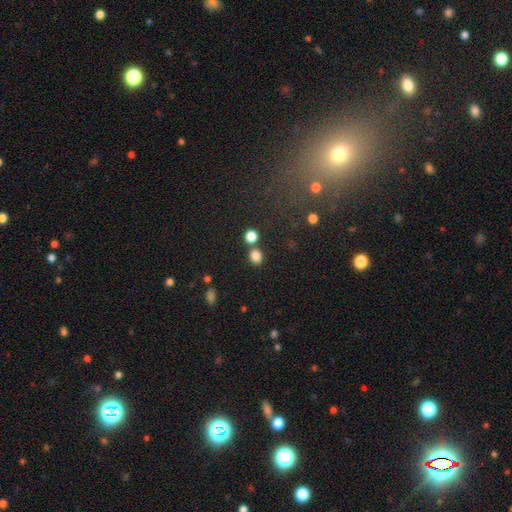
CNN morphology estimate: smooth 82%, star or artifact 13%, featured or disk 5%. Down the decision tree: how rounded — round (61%); merging — none (69%).